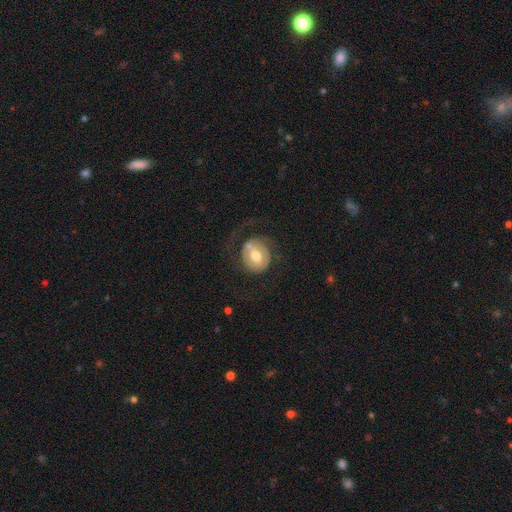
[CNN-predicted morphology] This appears to be a featured or disk galaxy (61%) with no bar (47%), spiral arms (61%) and a moderate central bulge (72%). Merging: none (51%).